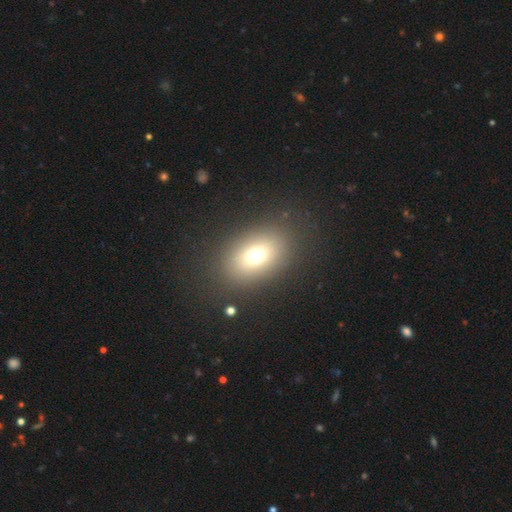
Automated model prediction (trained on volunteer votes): Overall: smooth (71%). How rounded: in between (74%). Merging: none (85%).